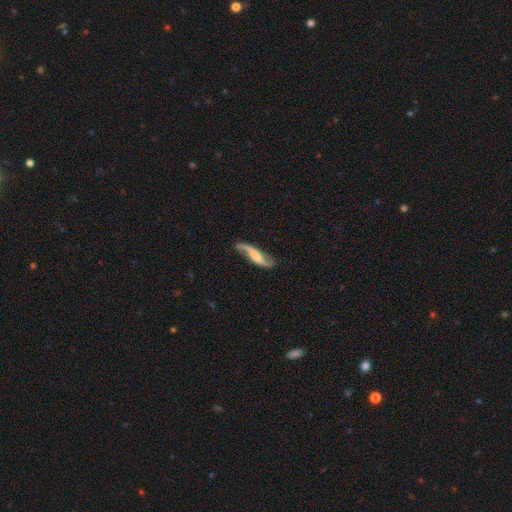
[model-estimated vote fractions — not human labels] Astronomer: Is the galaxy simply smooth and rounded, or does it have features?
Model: featured or disk — 79%.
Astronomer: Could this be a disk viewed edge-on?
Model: no — 85%.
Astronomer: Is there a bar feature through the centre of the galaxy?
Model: weak — 38% (runner-up: strong, 32%).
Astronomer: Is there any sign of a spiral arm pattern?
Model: yes — 95%.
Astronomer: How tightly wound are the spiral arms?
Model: loose — 78%.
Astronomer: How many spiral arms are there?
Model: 2 — 91%.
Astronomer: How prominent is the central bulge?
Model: none — 33% (runner-up: moderate, 28%).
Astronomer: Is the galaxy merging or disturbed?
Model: none — 73%.